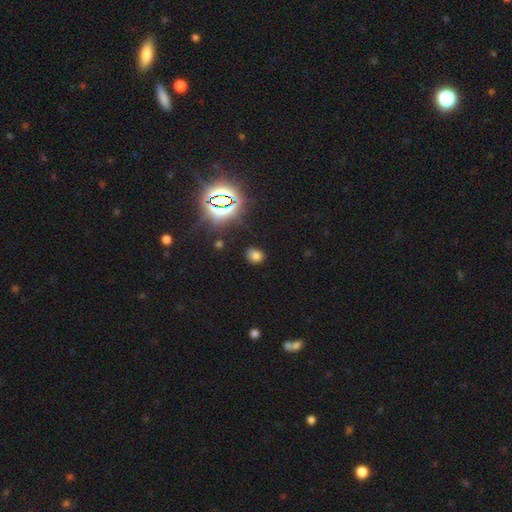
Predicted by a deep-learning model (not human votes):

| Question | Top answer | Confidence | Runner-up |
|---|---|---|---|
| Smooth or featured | smooth | 67% | star or artifact (27%) |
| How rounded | round | 59% | in between (40%) |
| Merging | none | 81% | minor disturbance (13%) |